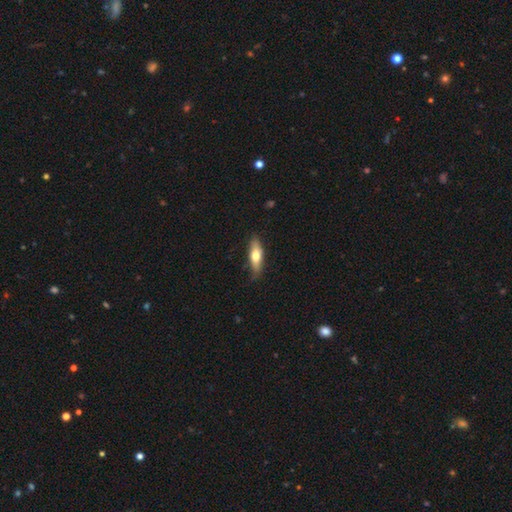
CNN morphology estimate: A smooth galaxy with no disk features (64%) that is in between round and cigar-shaped (53%).

Vote fractions:
- Smooth or featured? smooth: 64% / featured or disk: 30% / star or artifact: 6%
- How rounded? in between: 53% / cigar-shaped: 44% / round: 3%
- Merging? none: 79% / minor disturbance: 17% / major disturbance: 3% / merger: 1%